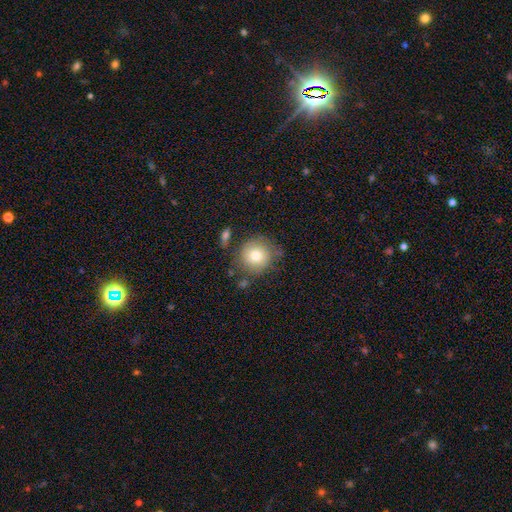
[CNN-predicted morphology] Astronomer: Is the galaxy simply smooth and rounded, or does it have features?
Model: smooth — 74%.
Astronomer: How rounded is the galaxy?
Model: round — 90%.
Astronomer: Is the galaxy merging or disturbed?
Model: none — 67%.